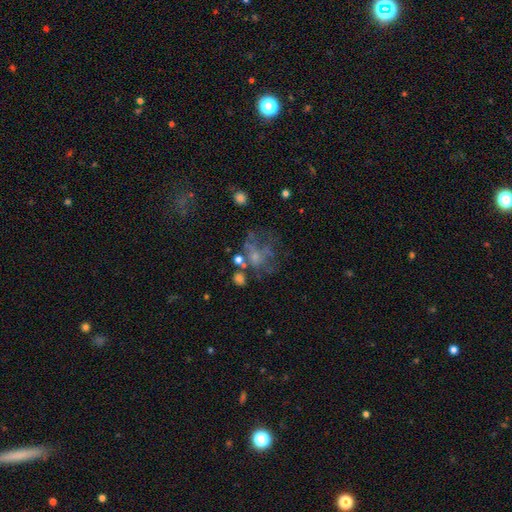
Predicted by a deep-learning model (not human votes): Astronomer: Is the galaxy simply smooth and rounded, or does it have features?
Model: featured or disk — 46% (runner-up: smooth, 35%).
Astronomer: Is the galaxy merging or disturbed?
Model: none — 35% (runner-up: major disturbance, 34%).